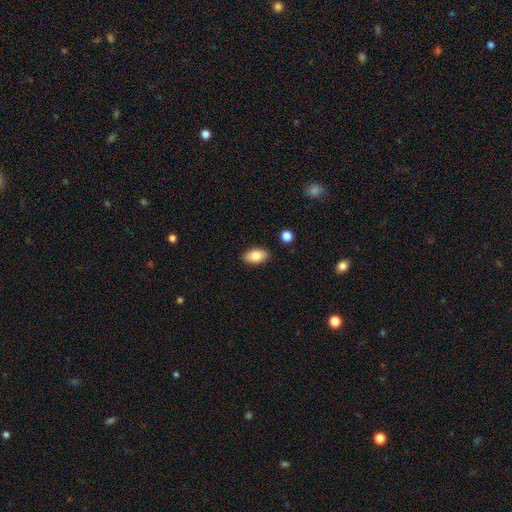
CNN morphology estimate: A smooth galaxy with no disk features (81%) that is in between round and cigar-shaped (92%). Merging: none (88%).